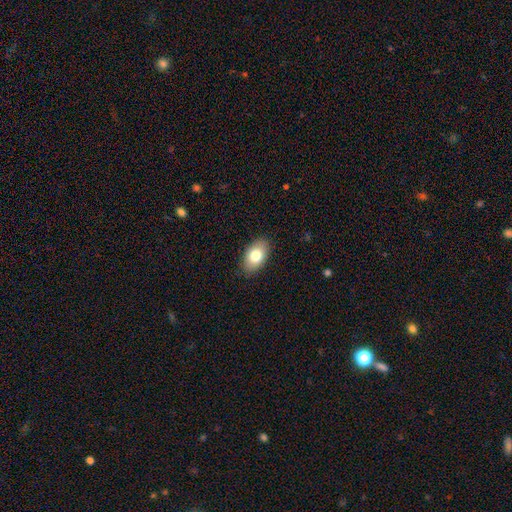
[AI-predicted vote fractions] Smooth or featured: smooth — 80% (featured or disk — 13%)
How rounded: in between — 92% (round — 6%)
Merging: none — 87% (minor disturbance — 10%)